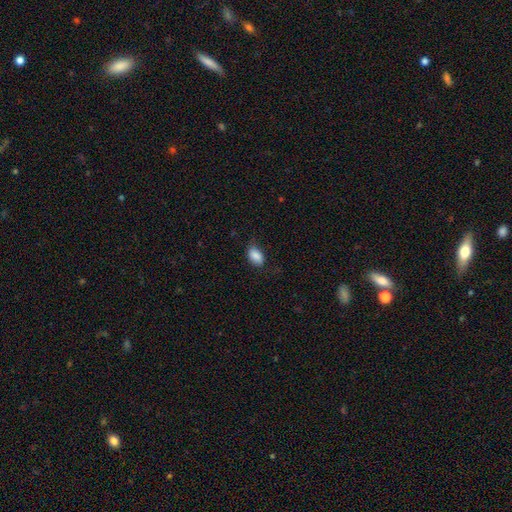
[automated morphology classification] This appears to be a smooth galaxy with no disk features (87%) that is in between round and cigar-shaped (91%). Merging: none (71%).